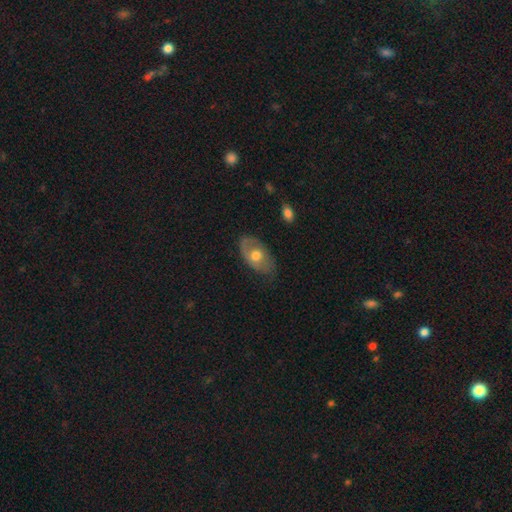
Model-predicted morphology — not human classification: A smooth galaxy with no disk features (48%).

Vote fractions:
- Smooth or featured? smooth: 48% / featured or disk: 46% / star or artifact: 6%
- Merging? none: 63% / minor disturbance: 27% / major disturbance: 8% / merger: 2%